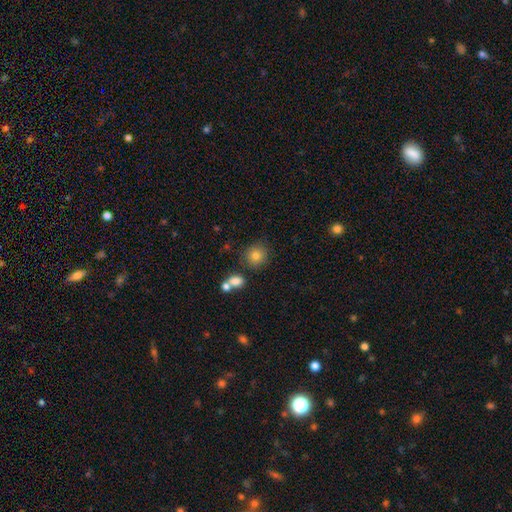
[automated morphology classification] A smooth galaxy with no disk features (79%) that is round (88%). Merging: none (77%).